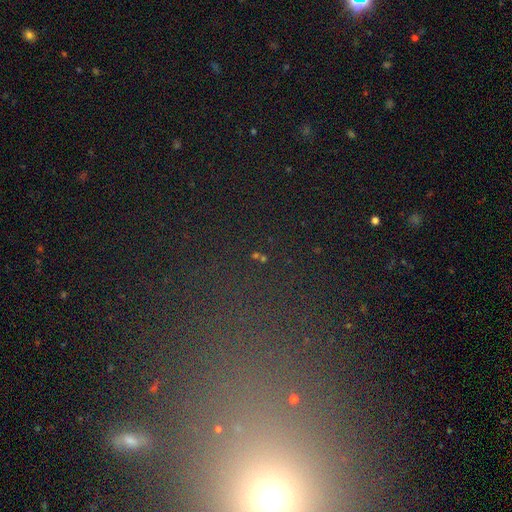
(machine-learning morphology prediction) star or artifact 74%, smooth 16%, featured or disk 10%.